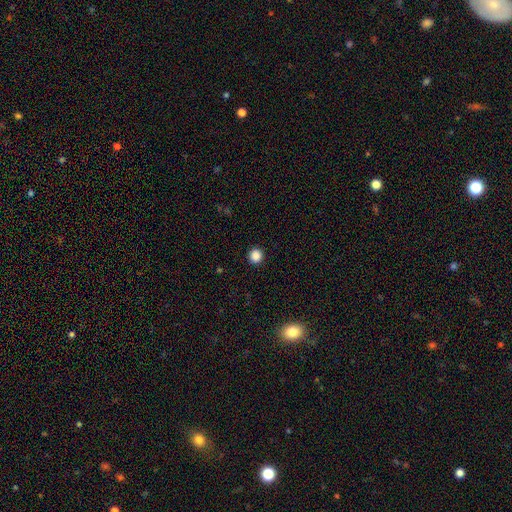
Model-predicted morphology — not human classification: This appears to be a smooth galaxy with no disk features (87%) that is round (94%). Merging: none (93%).